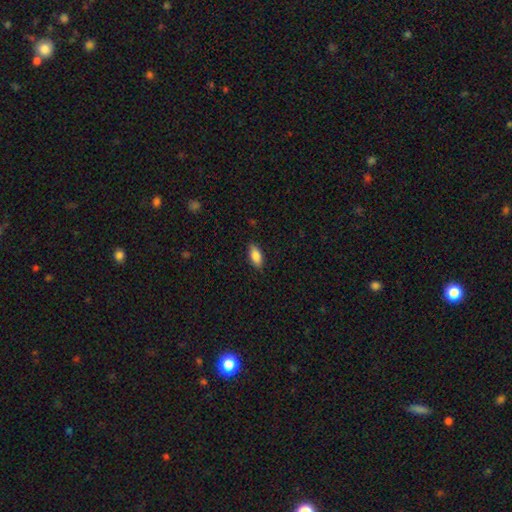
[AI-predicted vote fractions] A smooth galaxy with no disk features (86%) that is in between round and cigar-shaped (88%).

Vote fractions:
- Smooth or featured? smooth: 86% / featured or disk: 7% / star or artifact: 7%
- How rounded? in between: 88% / cigar-shaped: 10% / round: 2%
- Merging? none: 87% / minor disturbance: 10% / major disturbance: 2% / merger: 1%